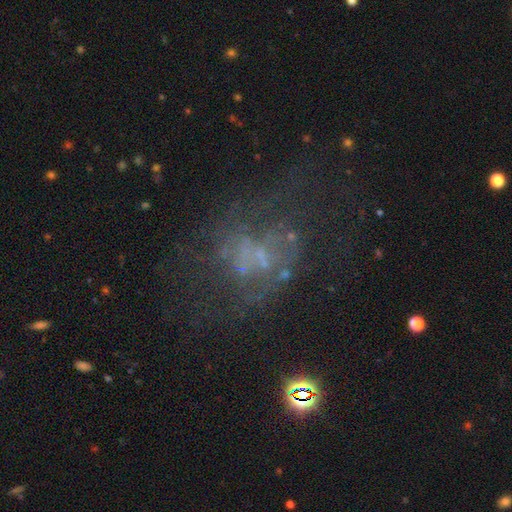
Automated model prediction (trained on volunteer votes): Q: Smooth or featured?
A: featured or disk (54%); runner-up: star or artifact (27%)
Q: Edge-on disk?
A: no (97%); runner-up: yes (3%)
Q: Bar?
A: no (85%); runner-up: weak (11%)
Q: Spiral arms?
A: no (78%); runner-up: yes (22%)
Q: Bulge size?
A: none (67%); runner-up: small (21%)
Q: Merging?
A: none (45%); runner-up: major disturbance (33%)